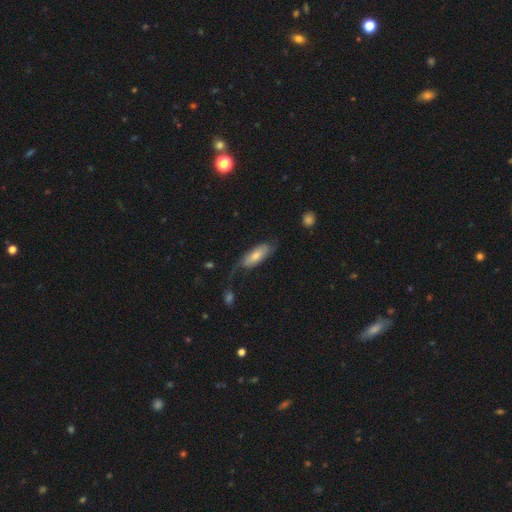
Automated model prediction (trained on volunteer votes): Morphology: type=smooth (63%); roundness=in between (77%); merging=none (47%).